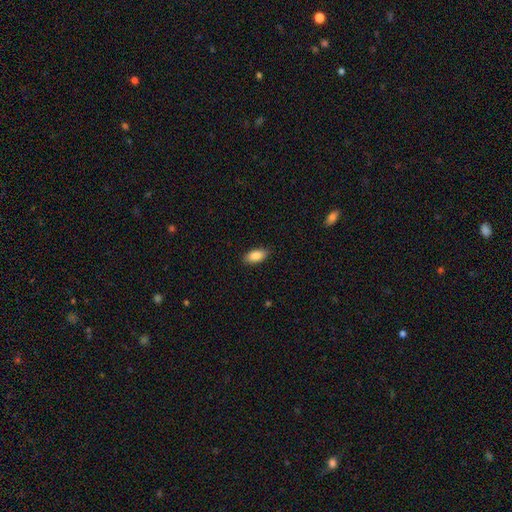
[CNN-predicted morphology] smooth_or_featured: smooth (p=0.88) [alt: star or artifact p=0.07]
how_rounded: in between (p=0.91) [alt: cigar-shaped p=0.07]
merging: none (p=0.88) [alt: minor disturbance p=0.09]